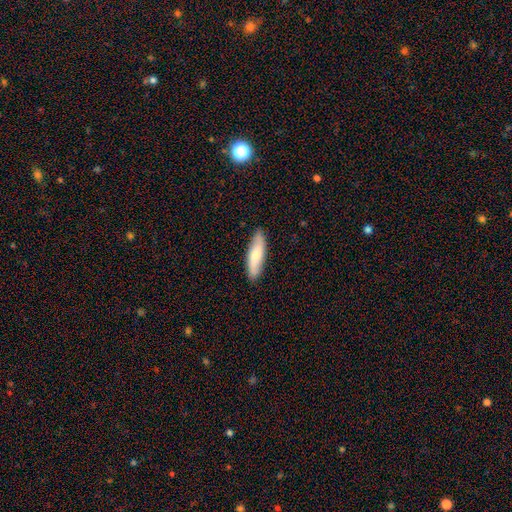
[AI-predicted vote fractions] A smooth galaxy with no disk features (65%) that is cigar-shaped (55%).

Vote fractions:
- Smooth or featured? smooth: 65% / featured or disk: 30% / star or artifact: 5%
- How rounded? cigar-shaped: 55% / in between: 43% / round: 2%
- Merging? none: 87% / minor disturbance: 10% / major disturbance: 2% / merger: 1%